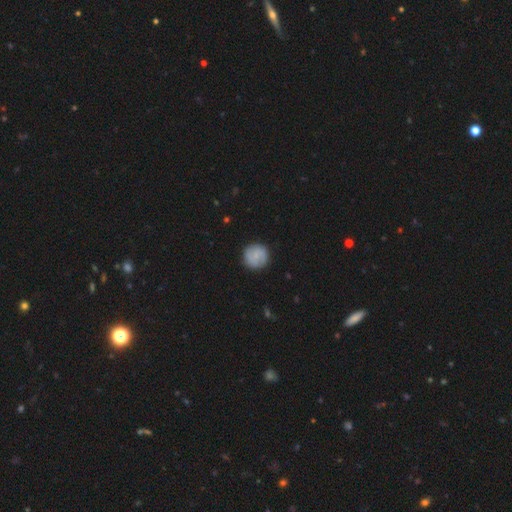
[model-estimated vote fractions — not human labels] smooth-or-featured: smooth: 70% | featured or disk: 24% | star or artifact: 7%
  how-rounded: round: 94% | in between: 5% | cigar-shaped: 1%
  merging: none: 87% | minor disturbance: 9% | major disturbance: 2% | merger: 1%